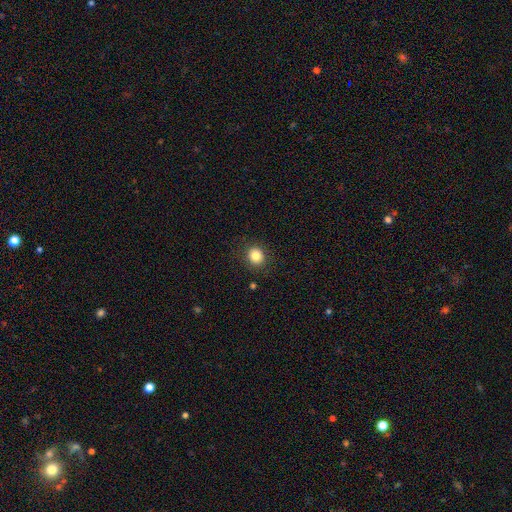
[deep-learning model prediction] The model was most divided on "how rounded": round: 79%, in between: 20%, cigar-shaped: 1%. More confident: merging — none (89%); smooth or featured — smooth (83%).